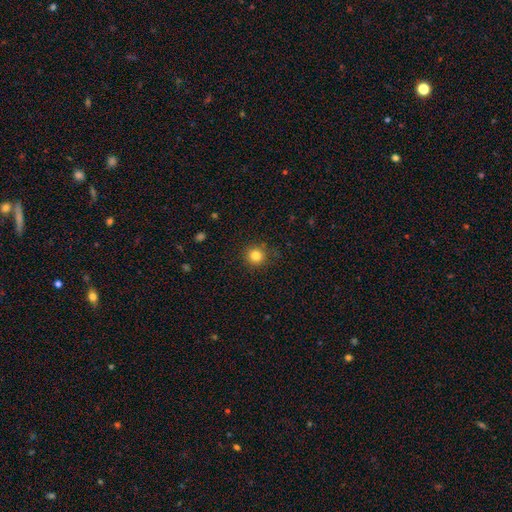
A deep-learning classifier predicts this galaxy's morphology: This is clearly a smooth galaxy (83%). How rounded: clearly round (93%). Merging: clearly none (87%).